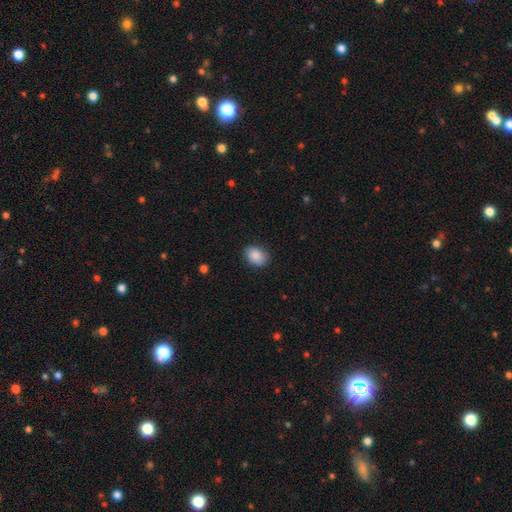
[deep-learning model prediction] This appears to be a smooth galaxy with no disk features (88%) that is in between round and cigar-shaped (73%). Merging: none (84%).